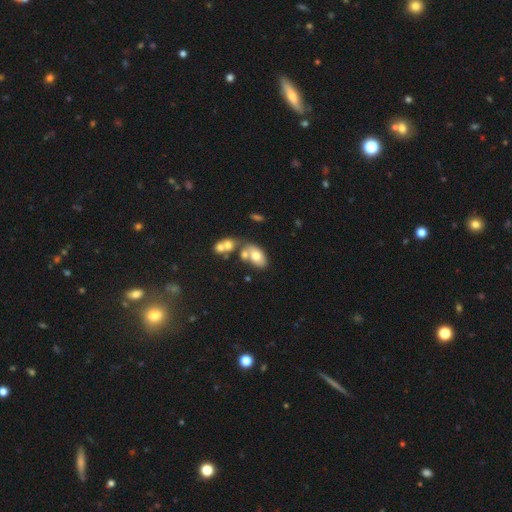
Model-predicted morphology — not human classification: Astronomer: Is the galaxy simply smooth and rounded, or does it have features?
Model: smooth — 66%.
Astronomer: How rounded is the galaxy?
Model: in between — 89%.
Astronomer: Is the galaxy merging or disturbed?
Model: merger — 44% (runner-up: none, 35%).